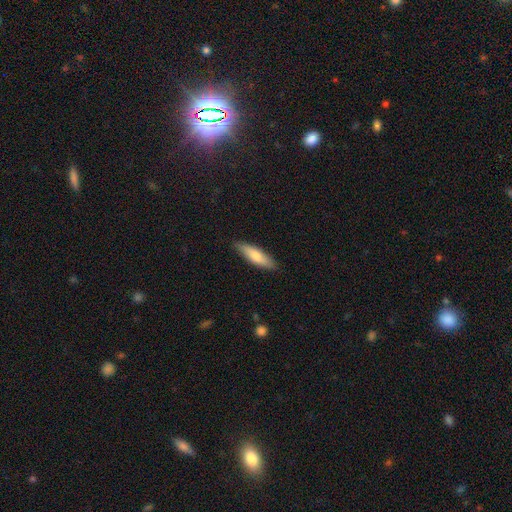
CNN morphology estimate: This appears to be a smooth galaxy with no disk features (70%) that is cigar-shaped (61%). Merging: none (86%).